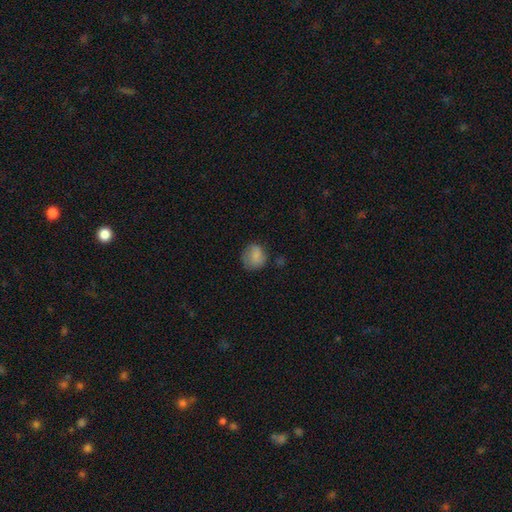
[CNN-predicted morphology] Smooth or featured?
  - smooth: 80% *
  - featured or disk: 11%
  - star or artifact: 9%
How rounded?
  - round: 72% *
  - in between: 27%
  - cigar-shaped: 1%
Merging?
  - none: 63% *
  - minor disturbance: 26%
  - major disturbance: 9%
  - merger: 2%